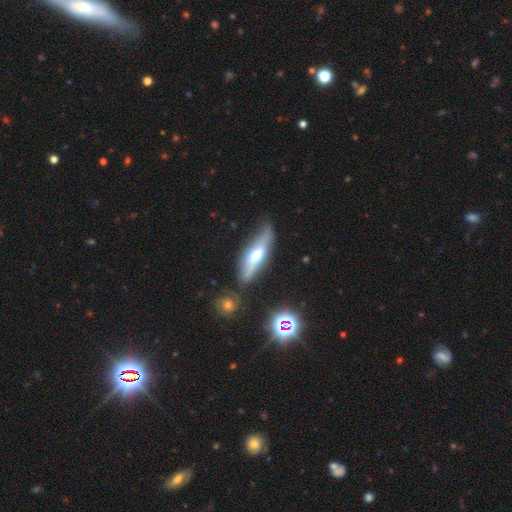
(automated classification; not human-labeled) Q: Smooth or featured?
A: featured or disk (49%); runner-up: smooth (43%)
Q: Merging?
A: none (64%); runner-up: minor disturbance (23%)